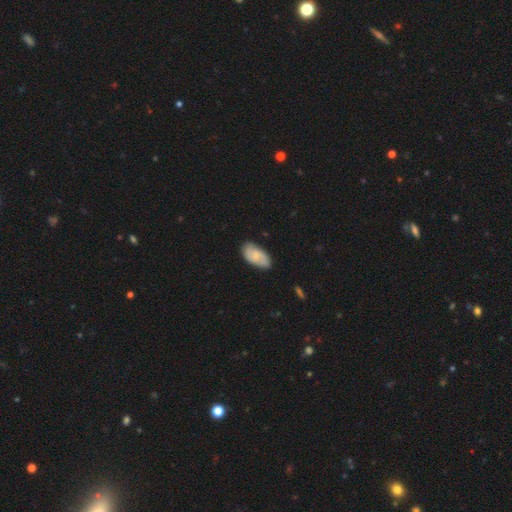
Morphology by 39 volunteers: smooth 64%, featured or disk 26%, star or artifact 10%. Down the decision tree: how rounded — in between (96%); merging — none (66%).